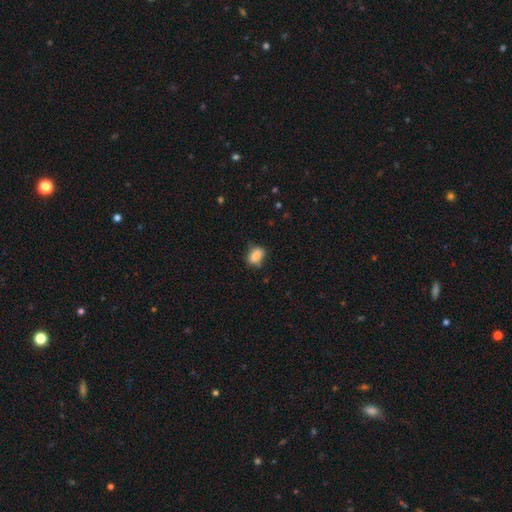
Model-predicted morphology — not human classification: Smooth or featured? Predicted: smooth (p=0.82). How rounded? Predicted: in between (p=0.76). Merging? Predicted: none (p=0.66).